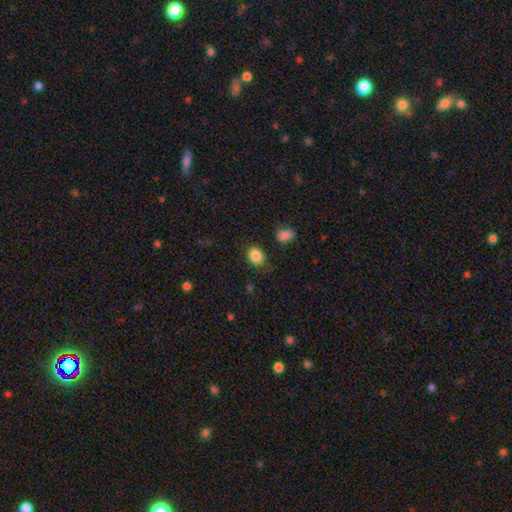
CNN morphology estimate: Overall: smooth (86%). How rounded: in between (53%; round 46%). Merging: none (80%).